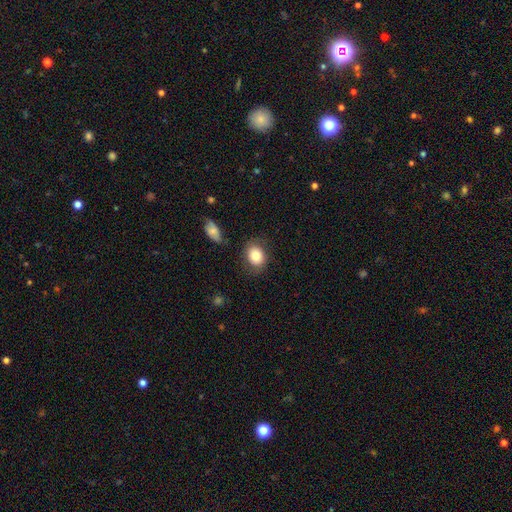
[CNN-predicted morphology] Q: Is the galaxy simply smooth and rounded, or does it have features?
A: smooth — 81%.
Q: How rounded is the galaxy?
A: round — 50%.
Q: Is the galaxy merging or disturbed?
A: none — 79%.